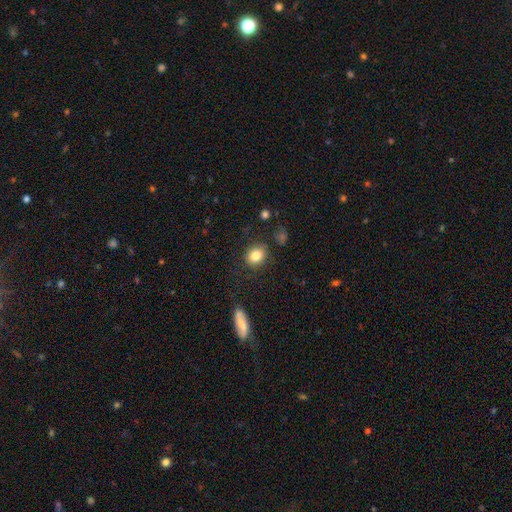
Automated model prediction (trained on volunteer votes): This is clearly a smooth galaxy (83%). How rounded: possibly round (57%). Merging: clearly none (84%).